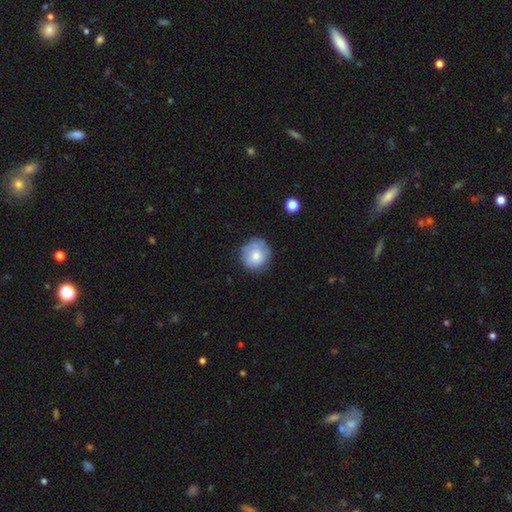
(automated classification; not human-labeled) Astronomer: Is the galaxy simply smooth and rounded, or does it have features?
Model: smooth — 68%.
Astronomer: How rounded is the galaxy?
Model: round — 88%.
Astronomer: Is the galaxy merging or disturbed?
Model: none — 72%.